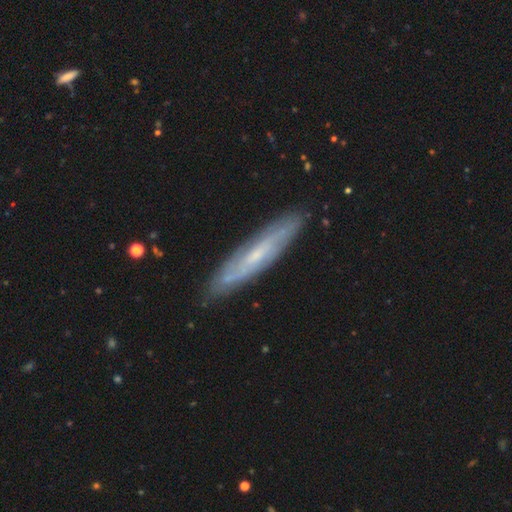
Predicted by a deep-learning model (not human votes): This appears to be a featured or disk galaxy (64%) viewed edge-on (56%). Merging: none (86%).